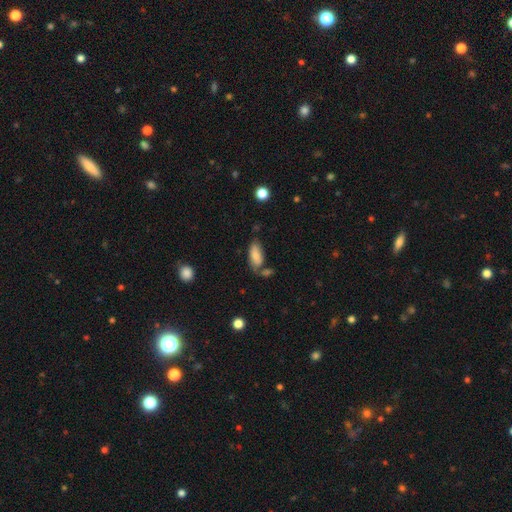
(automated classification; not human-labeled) Smooth or featured: smooth — 82% (featured or disk — 11%)
How rounded: in between — 86% (cigar-shaped — 12%)
Merging: none — 52% (minor disturbance — 24%)